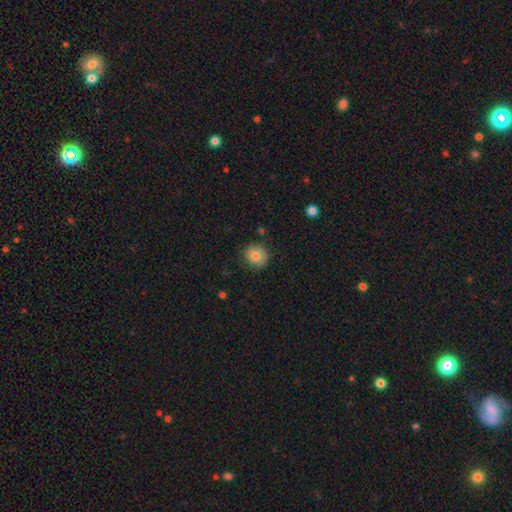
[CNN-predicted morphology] type=smooth (77%); roundness=round (83%); merging=none (80%).